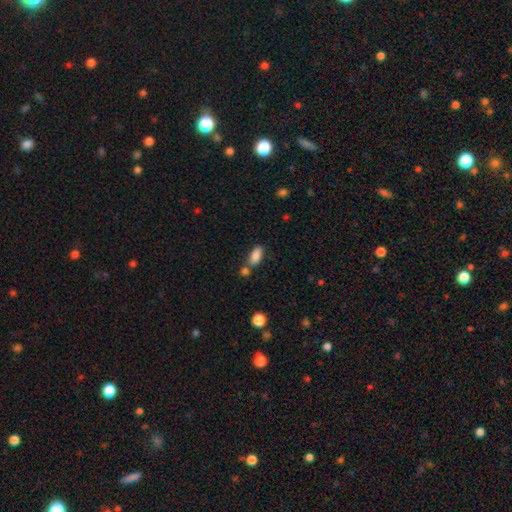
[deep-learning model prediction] Smooth or featured? Predicted: smooth (p=0.85). How rounded? Predicted: in between (p=0.85). Merging? Predicted: none (p=0.59).